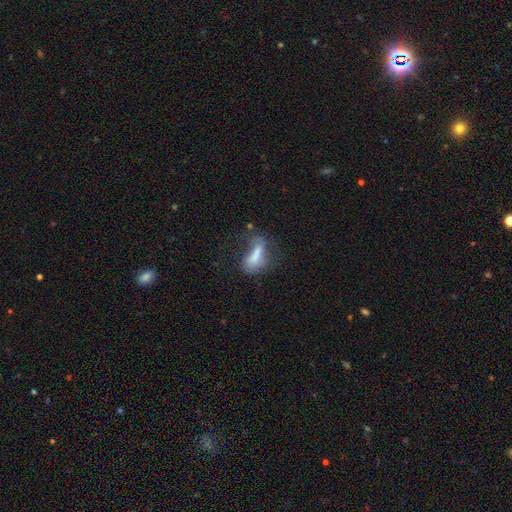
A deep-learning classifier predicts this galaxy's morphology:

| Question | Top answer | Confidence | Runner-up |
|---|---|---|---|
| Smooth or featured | smooth | 61% | featured or disk (28%) |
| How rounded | in between | 69% | cigar-shaped (27%) |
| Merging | major disturbance | 38% | none (27%) |